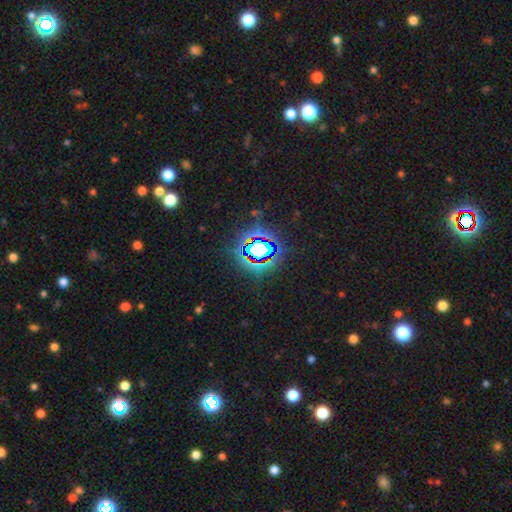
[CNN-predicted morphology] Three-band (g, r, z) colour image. It shows a star or artifact, not a galaxy (82%).